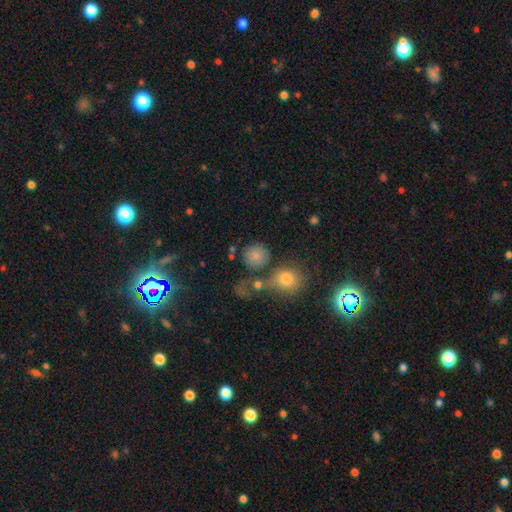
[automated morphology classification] Smooth or featured: smooth — 79% (star or artifact — 12%)
How rounded: round — 86% (in between — 13%)
Merging: none — 67% (merger — 17%)